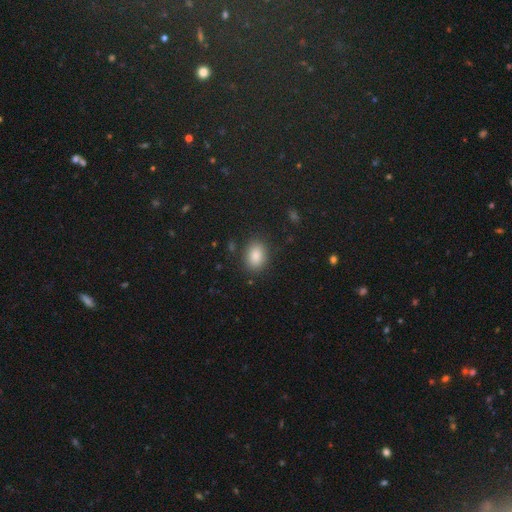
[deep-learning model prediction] Overall: smooth (85%). How rounded: in between (76%). Merging: none (85%).